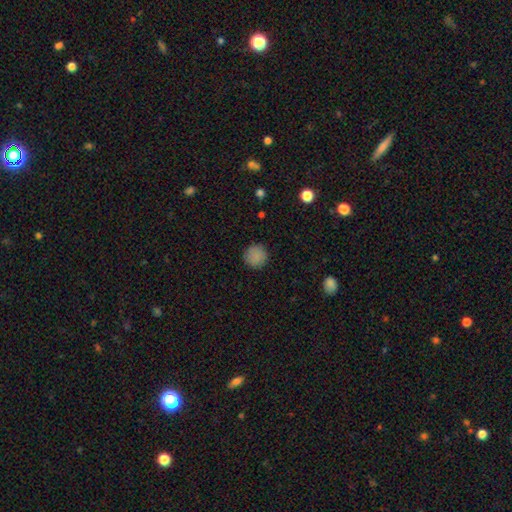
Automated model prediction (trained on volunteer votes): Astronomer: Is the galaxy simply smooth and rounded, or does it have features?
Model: smooth — 86%.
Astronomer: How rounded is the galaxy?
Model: round — 94%.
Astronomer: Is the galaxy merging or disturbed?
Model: none — 90%.